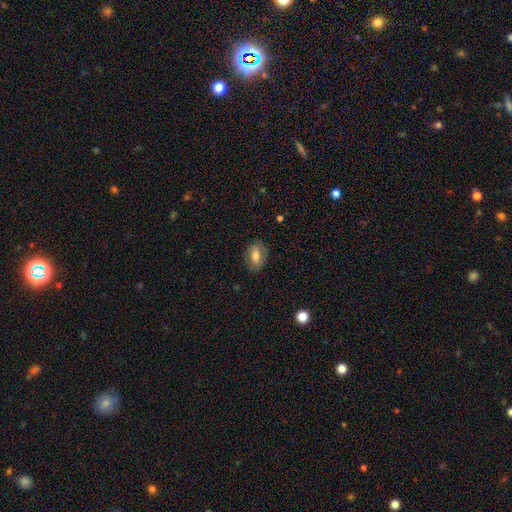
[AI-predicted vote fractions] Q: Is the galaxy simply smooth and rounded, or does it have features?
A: smooth — 63%.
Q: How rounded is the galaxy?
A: in between — 85%.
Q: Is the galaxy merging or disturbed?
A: none — 81%.